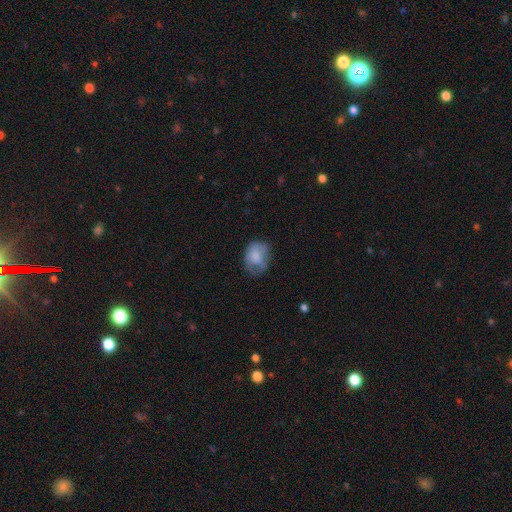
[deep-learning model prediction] A smooth galaxy with no disk features (69%) that is in between round and cigar-shaped (64%). Merging: none (46%).